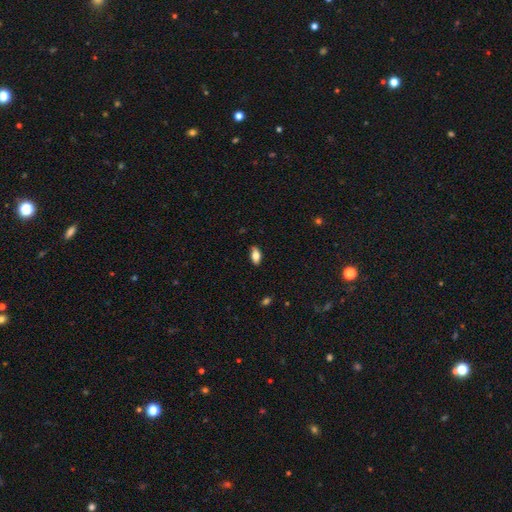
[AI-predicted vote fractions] Smooth or featured: smooth — 76% (featured or disk — 17%)
How rounded: in between — 88% (cigar-shaped — 9%)
Merging: none — 86% (minor disturbance — 11%)